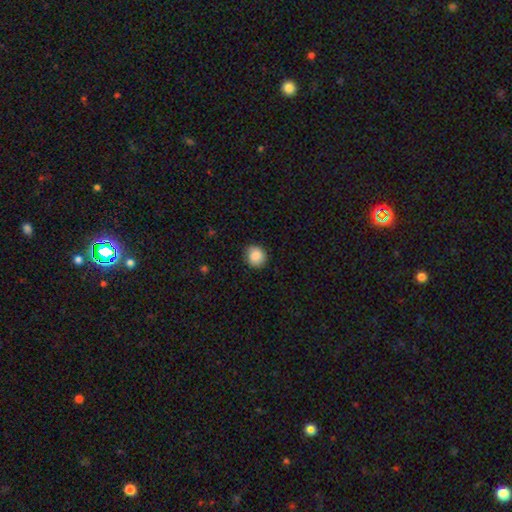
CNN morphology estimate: A smooth galaxy with no disk features (88%) that is round (85%).

Vote fractions:
- Smooth or featured? smooth: 88% / star or artifact: 8% / featured or disk: 4%
- How rounded? round: 85% / in between: 14% / cigar-shaped: 1%
- Merging? none: 84% / minor disturbance: 13% / major disturbance: 3% / merger: 1%